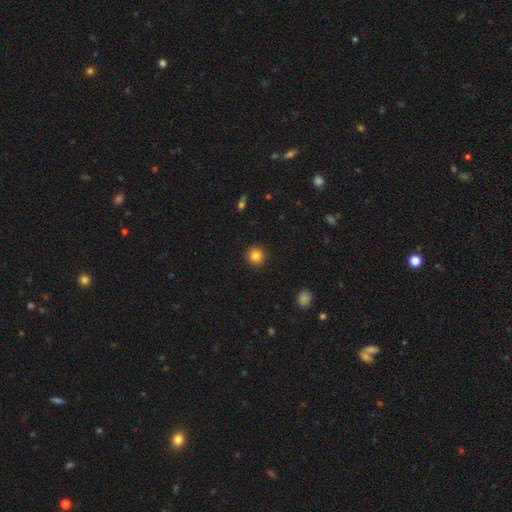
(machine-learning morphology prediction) Q: Smooth or featured?
A: smooth (84%); runner-up: star or artifact (11%)
Q: How rounded?
A: round (95%); runner-up: in between (4%)
Q: Merging?
A: none (92%); runner-up: minor disturbance (5%)